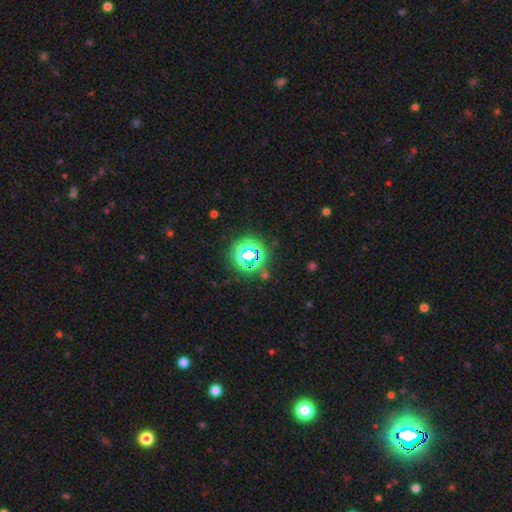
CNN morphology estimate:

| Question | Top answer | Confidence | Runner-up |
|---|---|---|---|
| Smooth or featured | star or artifact | 58% | smooth (36%) |